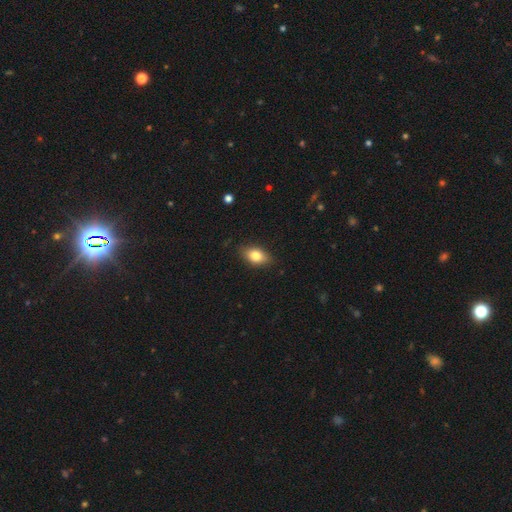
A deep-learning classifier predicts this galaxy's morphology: smooth_or_featured: smooth (p=0.80) [alt: featured or disk p=0.12]
how_rounded: in between (p=0.85) [alt: round p=0.12]
merging: none (p=0.83) [alt: minor disturbance p=0.14]